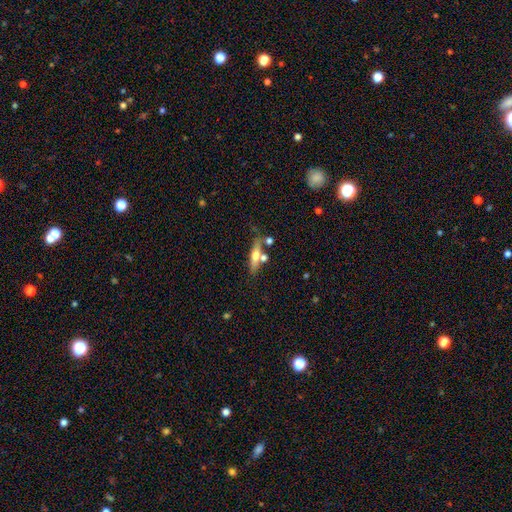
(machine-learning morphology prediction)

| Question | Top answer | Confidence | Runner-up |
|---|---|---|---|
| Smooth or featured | featured or disk | 48% | smooth (45%) |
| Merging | none | 63% | merger (18%) |